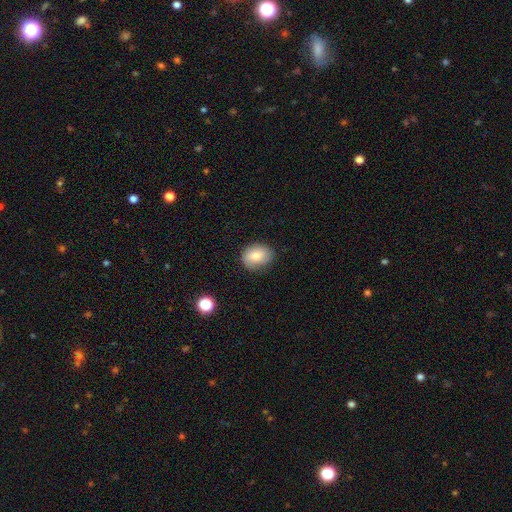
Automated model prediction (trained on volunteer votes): Smooth or featured? smooth (74%)
How rounded? in between (60%)
Merging? none (76%)